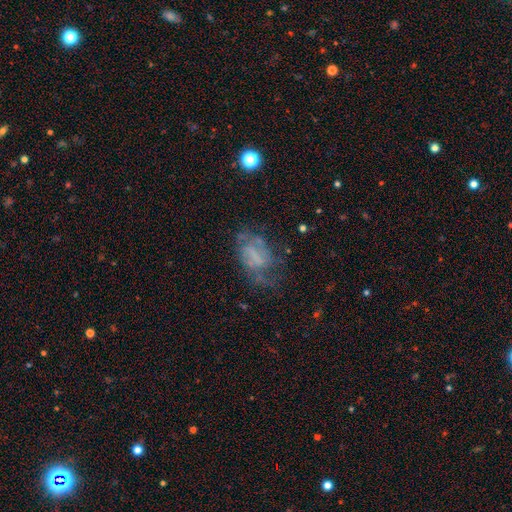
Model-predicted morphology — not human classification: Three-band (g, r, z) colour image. It shows a featured or disk galaxy (60%) with no bar (51%), spiral arms (61%) and no central bulge (67%). Merging: none (43%).